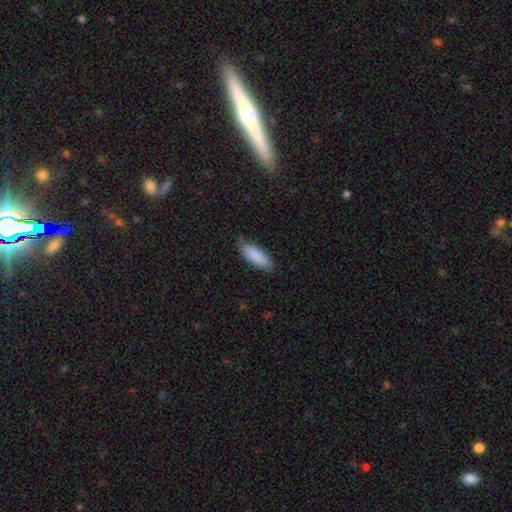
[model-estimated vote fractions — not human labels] Smooth or featured?
  - smooth: 88% *
  - featured or disk: 6%
  - star or artifact: 6%
How rounded?
  - in between: 64% *
  - cigar-shaped: 35%
  - round: 2%
Merging?
  - none: 76% *
  - minor disturbance: 19%
  - major disturbance: 3%
  - merger: 1%